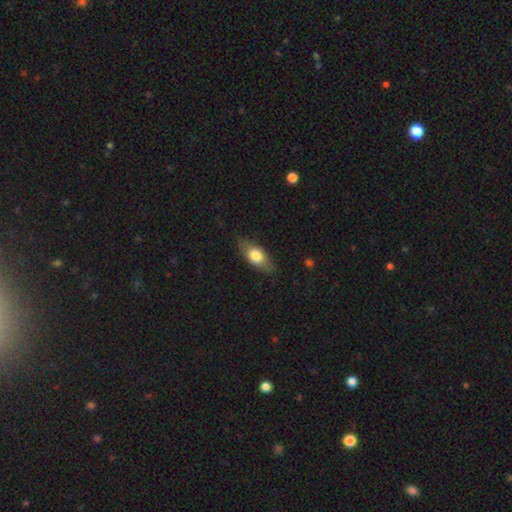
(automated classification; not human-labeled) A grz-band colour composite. It shows a smooth galaxy with no disk features (69%) that is in between round and cigar-shaped (80%). Merging: none (79%).